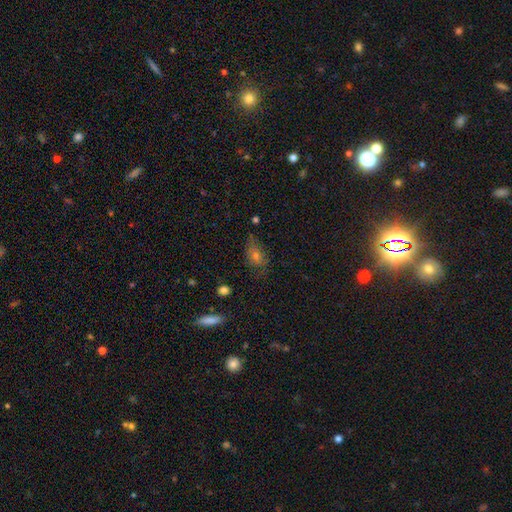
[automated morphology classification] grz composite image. It shows a smooth galaxy with no disk features (49%). Merging: none (61%).